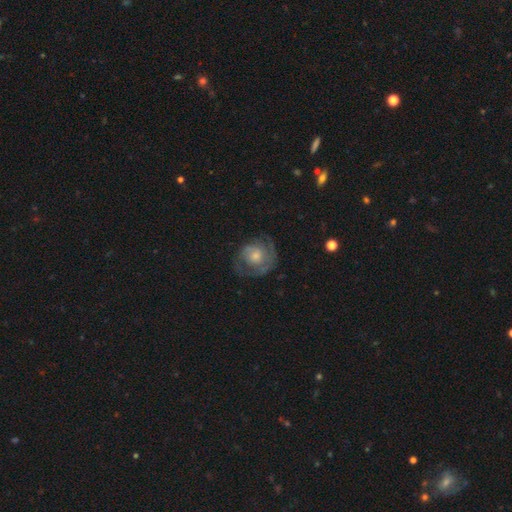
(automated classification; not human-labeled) smooth_or_featured: featured or disk (p=0.59) [alt: smooth p=0.34]
disk_edge_on: no (p=0.97) [alt: yes p=0.03]
bar: no (p=0.80) [alt: weak p=0.17]
has_spiral_arms: yes (p=0.75) [alt: no p=0.25]
bulge_size: moderate (p=0.49) [alt: small p=0.35]
merging: none (p=0.59) [alt: minor disturbance p=0.22]